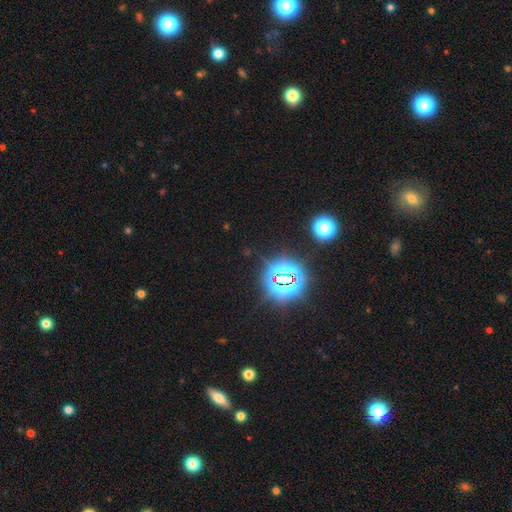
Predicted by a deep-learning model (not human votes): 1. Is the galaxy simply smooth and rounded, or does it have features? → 78% star or artifact, 14% smooth, 8% featured or disk.